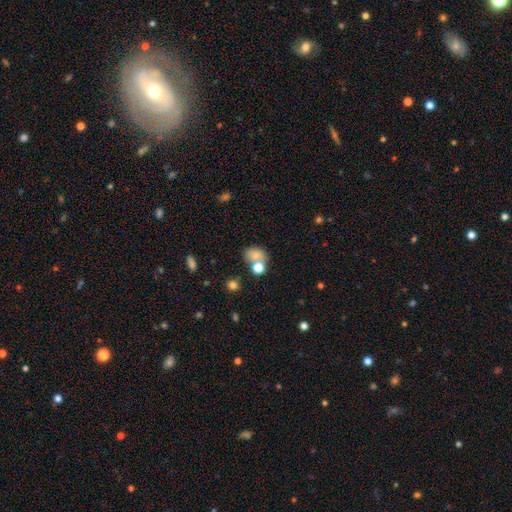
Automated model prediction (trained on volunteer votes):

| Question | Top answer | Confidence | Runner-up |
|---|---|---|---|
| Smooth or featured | smooth | 75% | star or artifact (13%) |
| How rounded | in between | 57% | round (42%) |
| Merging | none | 46% | merger (32%) |